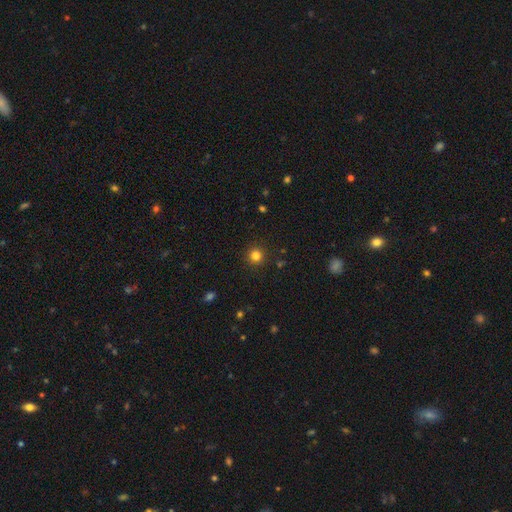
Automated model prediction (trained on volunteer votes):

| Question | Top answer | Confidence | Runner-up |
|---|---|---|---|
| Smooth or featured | smooth | 81% | star or artifact (14%) |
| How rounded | round | 95% | in between (4%) |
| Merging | none | 92% | minor disturbance (5%) |